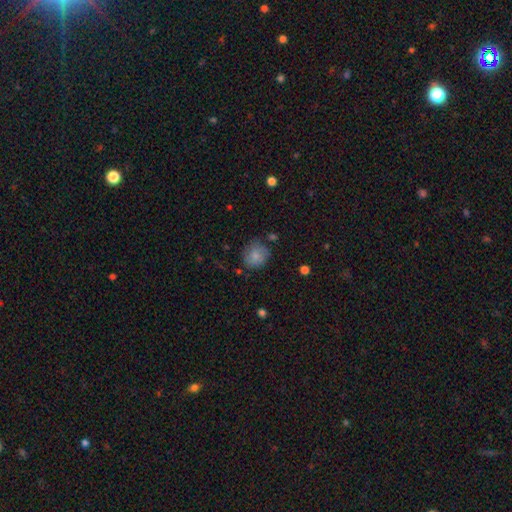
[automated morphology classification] This appears to be a smooth galaxy with no disk features (78%) that is round (78%). Merging: none (71%).